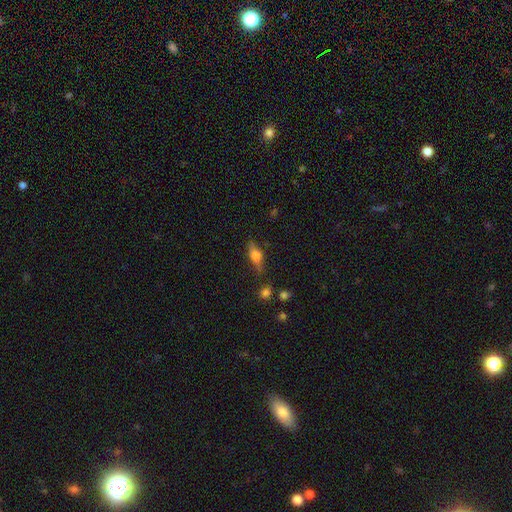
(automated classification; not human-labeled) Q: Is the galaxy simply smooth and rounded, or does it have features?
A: smooth — 52%.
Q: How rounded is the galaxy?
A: in between — 63%.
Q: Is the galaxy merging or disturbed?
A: none — 70%.